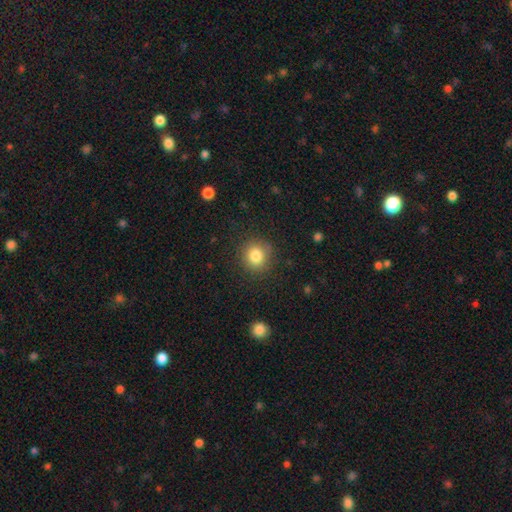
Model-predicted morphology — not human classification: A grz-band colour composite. It shows a smooth galaxy with no disk features (83%) that is round (88%). Merging: none (87%).